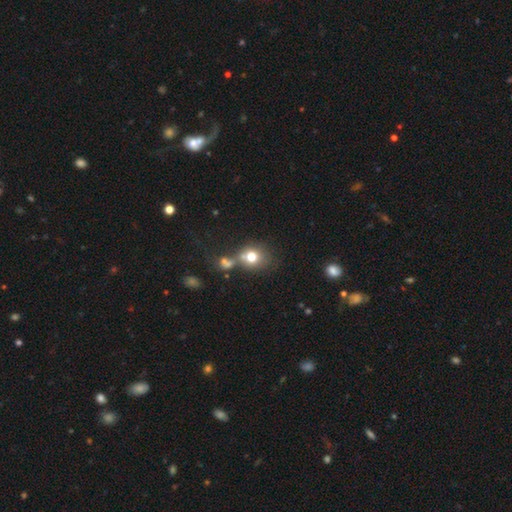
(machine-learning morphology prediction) Smooth or featured?
  - smooth: 65% *
  - star or artifact: 24%
  - featured or disk: 11%
How rounded?
  - round: 83% *
  - in between: 16%
  - cigar-shaped: 1%
Merging?
  - none: 58% *
  - merger: 26%
  - minor disturbance: 10%
  - major disturbance: 6%